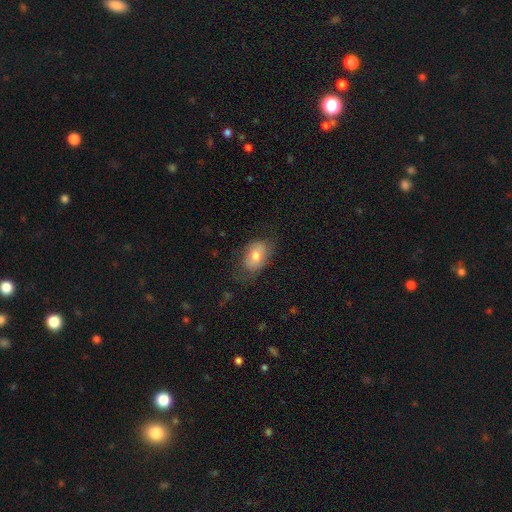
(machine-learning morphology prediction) smooth-or-featured: smooth: 69% | featured or disk: 23% | star or artifact: 8%
  how-rounded: in between: 85% | round: 13% | cigar-shaped: 1%
  merging: none: 65% | minor disturbance: 24% | major disturbance: 10% | merger: 1%